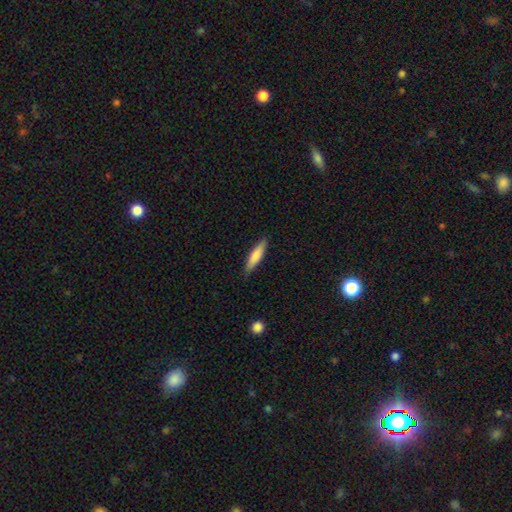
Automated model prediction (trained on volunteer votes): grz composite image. It shows a smooth galaxy with no disk features (73%) that is cigar-shaped (82%). Merging: none (88%).